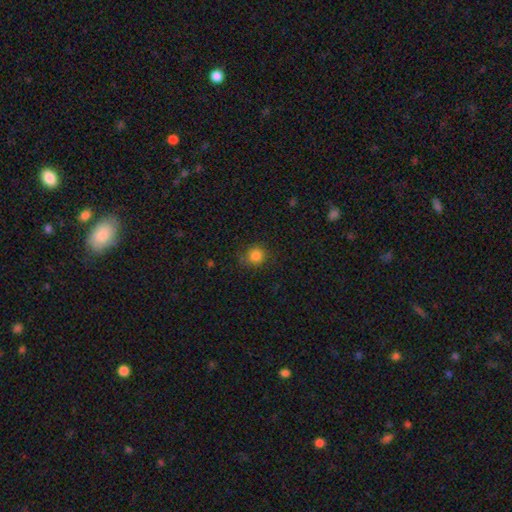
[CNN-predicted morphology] type=smooth (84%); roundness=round (86%); merging=none (81%).